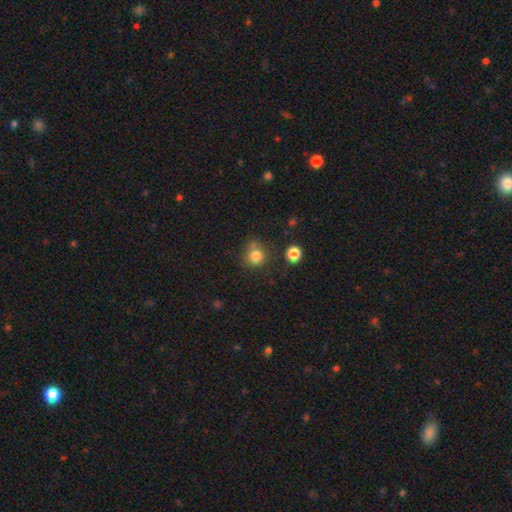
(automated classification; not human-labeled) Q: Smooth or featured?
A: smooth (81%); runner-up: star or artifact (12%)
Q: How rounded?
A: round (83%); runner-up: in between (17%)
Q: Merging?
A: none (63%); runner-up: minor disturbance (21%)